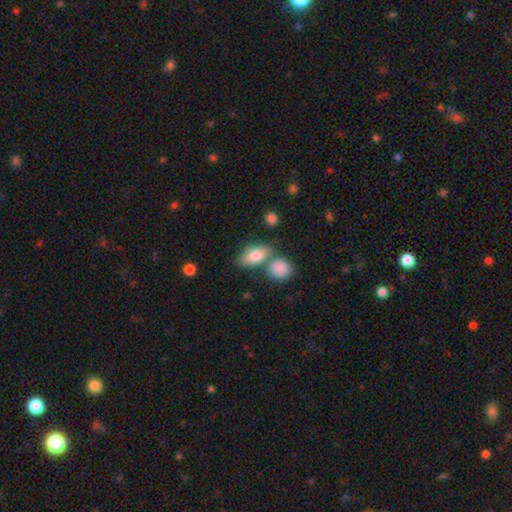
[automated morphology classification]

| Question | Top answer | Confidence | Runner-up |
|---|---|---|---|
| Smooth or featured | smooth | 79% | featured or disk (14%) |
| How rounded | in between | 84% | round (10%) |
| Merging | none | 55% | merger (28%) |